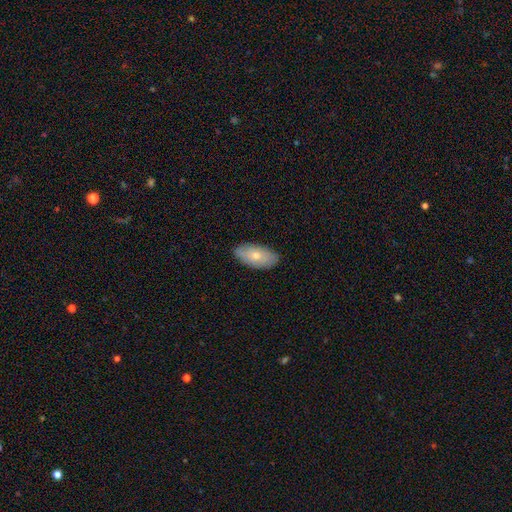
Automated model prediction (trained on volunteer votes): smooth_or_featured: smooth (p=0.65) [alt: featured or disk p=0.30]
how_rounded: in between (p=0.94) [alt: round p=0.03]
merging: none (p=0.82) [alt: minor disturbance p=0.15]